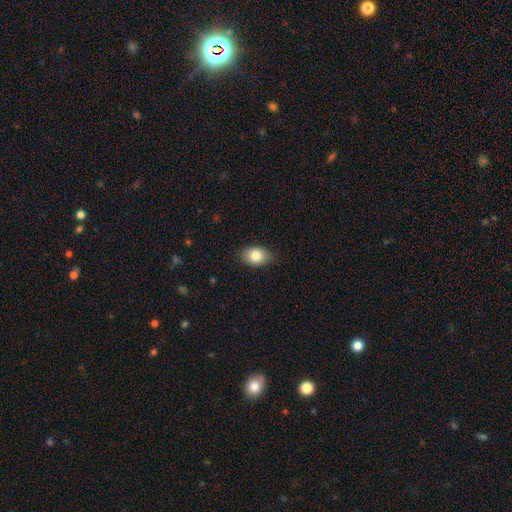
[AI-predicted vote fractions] Smooth or featured? Predicted: smooth (p=0.84). How rounded? Predicted: in between (p=0.80). Merging? Predicted: none (p=0.85).